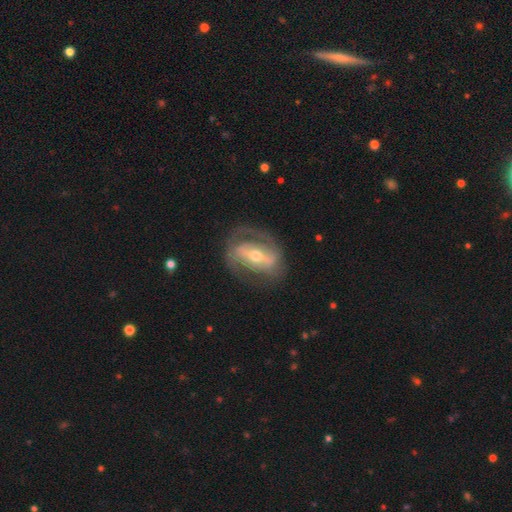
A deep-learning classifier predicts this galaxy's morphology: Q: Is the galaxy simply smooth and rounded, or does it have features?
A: featured or disk — 83%.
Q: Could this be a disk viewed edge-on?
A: no — 94%.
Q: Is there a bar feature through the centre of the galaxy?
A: strong — 59%.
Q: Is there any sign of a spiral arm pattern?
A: yes — 82%.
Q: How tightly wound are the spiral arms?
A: medium — 44%.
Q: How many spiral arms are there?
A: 2 — 74%.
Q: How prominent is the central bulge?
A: moderate — 56%.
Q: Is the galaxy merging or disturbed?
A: none — 69%.